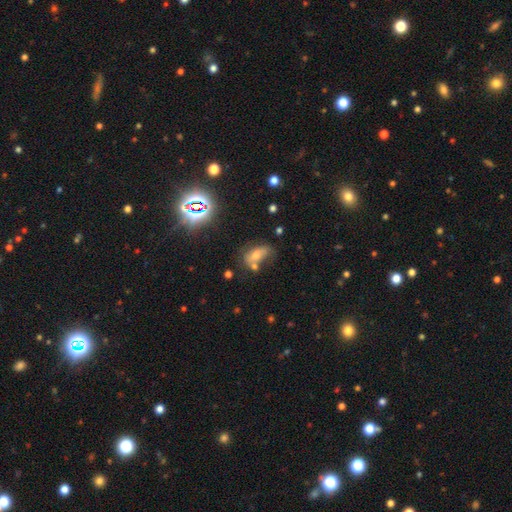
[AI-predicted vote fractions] Overall: smooth (57%; featured or disk 25%). How rounded: in between (84%). Merging: none (39%; merger 24%).